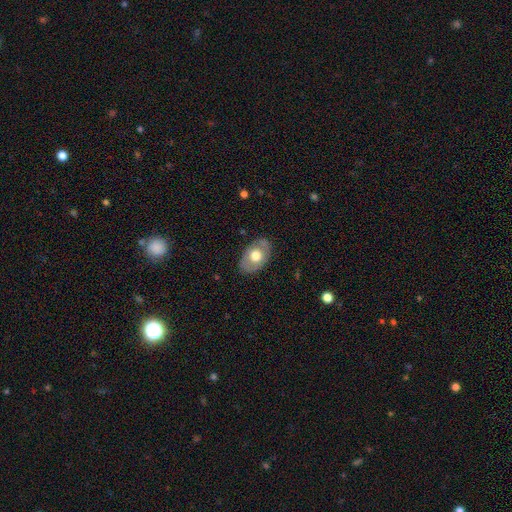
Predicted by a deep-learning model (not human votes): Smooth or featured? Predicted: smooth (p=0.56). How rounded? Predicted: in between (p=0.85). Merging? Predicted: none (p=0.80).